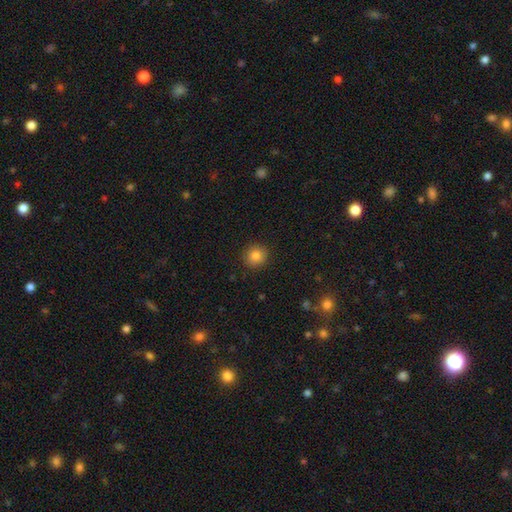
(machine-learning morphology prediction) smooth-or-featured: smooth: 83% | star or artifact: 11% | featured or disk: 6%
  how-rounded: round: 91% | in between: 8% | cigar-shaped: 1%
  merging: none: 91% | minor disturbance: 6% | major disturbance: 2% | merger: 1%